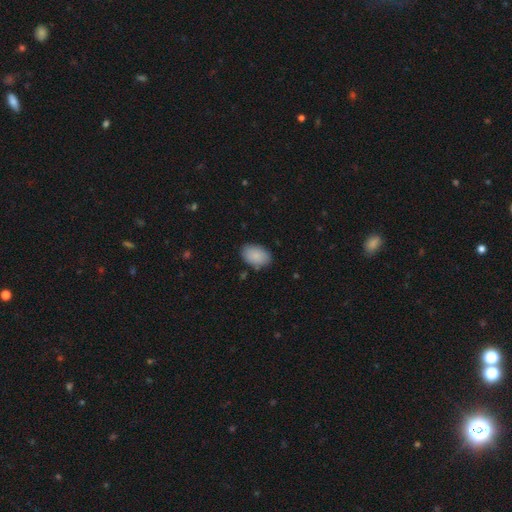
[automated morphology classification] smooth-or-featured: smooth: 87% | star or artifact: 7% | featured or disk: 6%
  how-rounded: in between: 89% | round: 10% | cigar-shaped: 1%
  merging: none: 83% | minor disturbance: 13% | major disturbance: 3% | merger: 1%